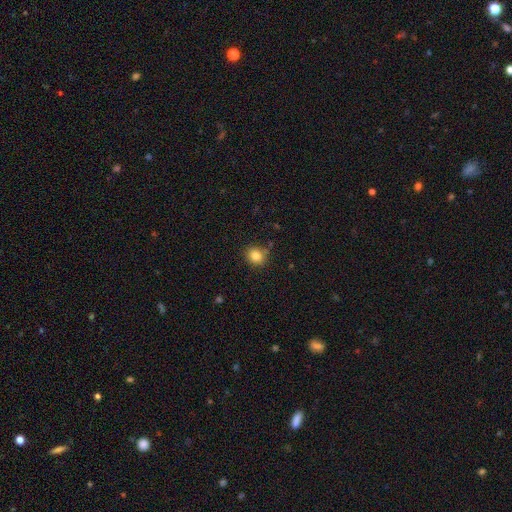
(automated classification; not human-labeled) Overall: smooth (84%). How rounded: round (81%). Merging: none (82%).